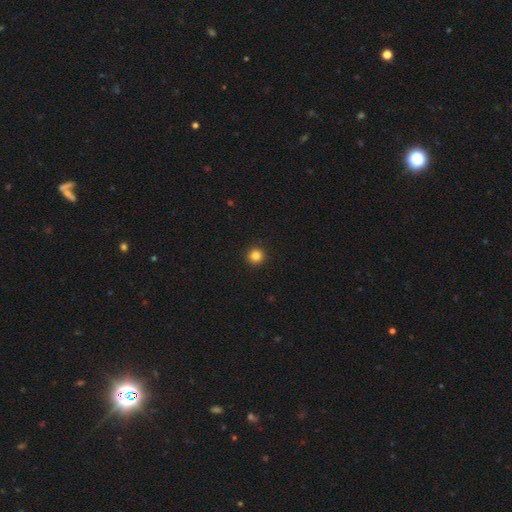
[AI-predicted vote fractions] A smooth galaxy with no disk features (85%) that is round (95%). Merging: none (93%).